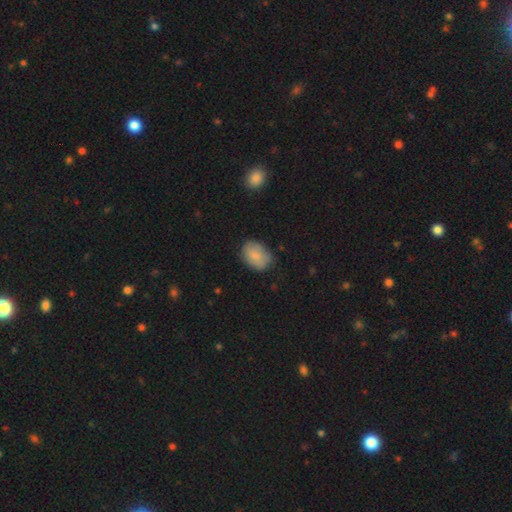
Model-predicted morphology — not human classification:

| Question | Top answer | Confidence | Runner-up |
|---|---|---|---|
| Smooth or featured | smooth | 80% | featured or disk (13%) |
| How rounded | in between | 79% | round (20%) |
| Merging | none | 73% | minor disturbance (21%) |